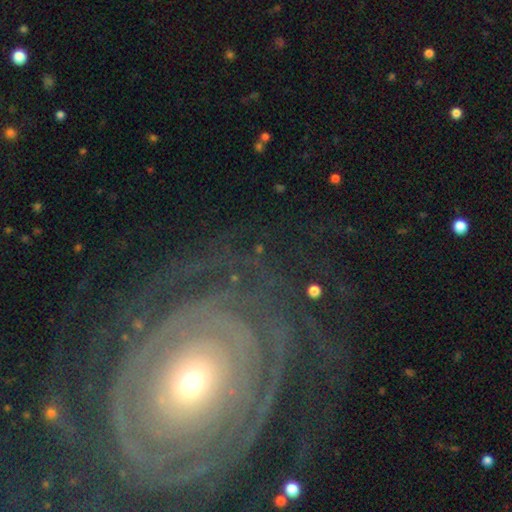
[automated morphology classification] Smooth or featured? featured or disk (80%)
Edge-on disk? no (95%)
Bar? no (75%)
Spiral arms? yes (86%)
Spiral winding? tight (79%)
Spiral arm count? can't tell (38%)
Bulge size? small (50%)
Merging? none (75%)